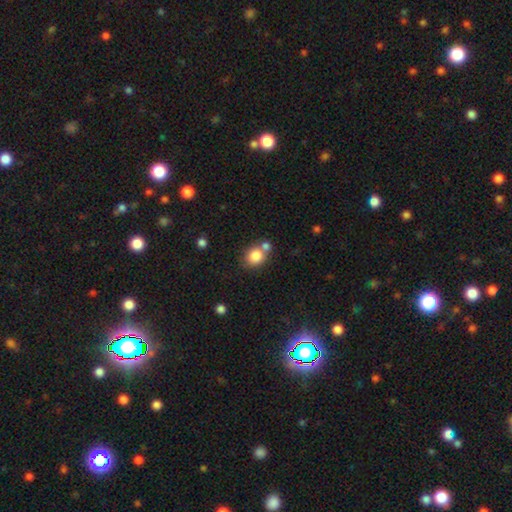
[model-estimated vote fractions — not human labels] smooth-or-featured: smooth: 82% | star or artifact: 10% | featured or disk: 8%
  how-rounded: round: 76% | in between: 23% | cigar-shaped: 1%
  merging: none: 53% | merger: 33% | minor disturbance: 10% | major disturbance: 3%